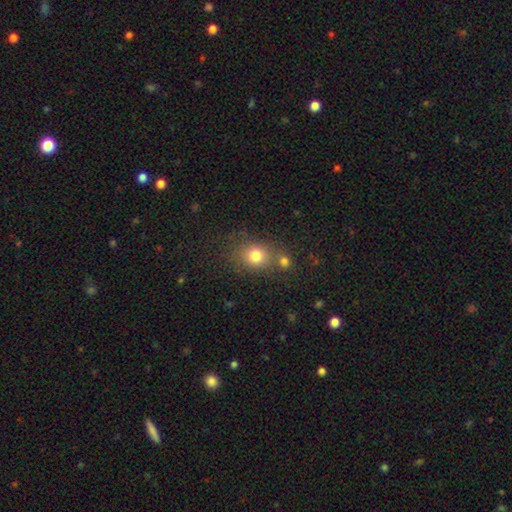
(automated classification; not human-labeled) A smooth galaxy with no disk features (78%) that is round (63%).

Vote fractions:
- Smooth or featured? smooth: 78% / star or artifact: 13% / featured or disk: 9%
- How rounded? round: 63% / in between: 35% / cigar-shaped: 1%
- Merging? none: 61% / merger: 22% / minor disturbance: 12% / major disturbance: 5%